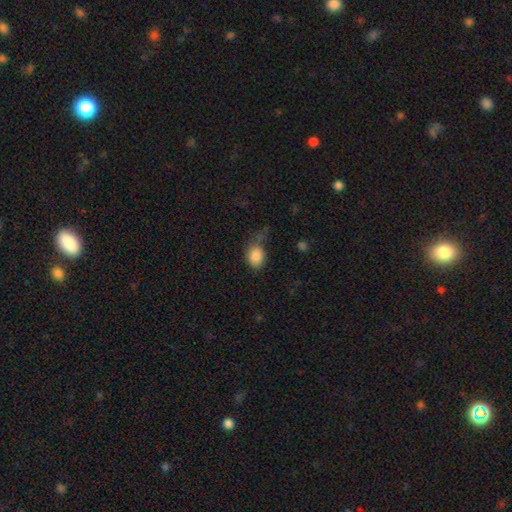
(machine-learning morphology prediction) Q: Smooth or featured?
A: smooth (86%); runner-up: star or artifact (8%)
Q: How rounded?
A: in between (68%); runner-up: round (31%)
Q: Merging?
A: none (48%); runner-up: minor disturbance (30%)